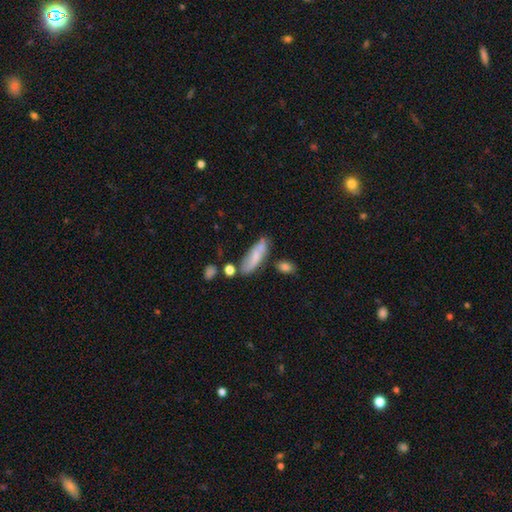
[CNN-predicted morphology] smooth-or-featured: smooth: 64% | featured or disk: 29% | star or artifact: 8%
  how-rounded: in between: 52% | cigar-shaped: 45% | round: 3%
  merging: none: 65% | minor disturbance: 21% | merger: 8% | major disturbance: 6%